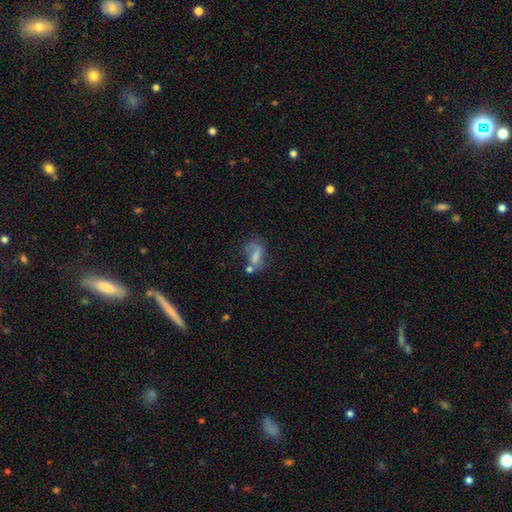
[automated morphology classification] type=smooth (58%); roundness=in between (77%); merging=none (28%, tied with major disturbance).